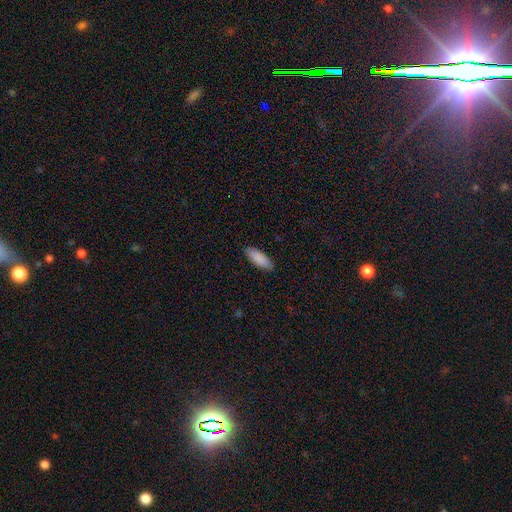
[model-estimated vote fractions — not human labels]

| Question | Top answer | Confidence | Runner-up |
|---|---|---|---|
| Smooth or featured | smooth | 90% | star or artifact (6%) |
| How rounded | in between | 71% | cigar-shaped (28%) |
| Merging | none | 89% | minor disturbance (8%) |